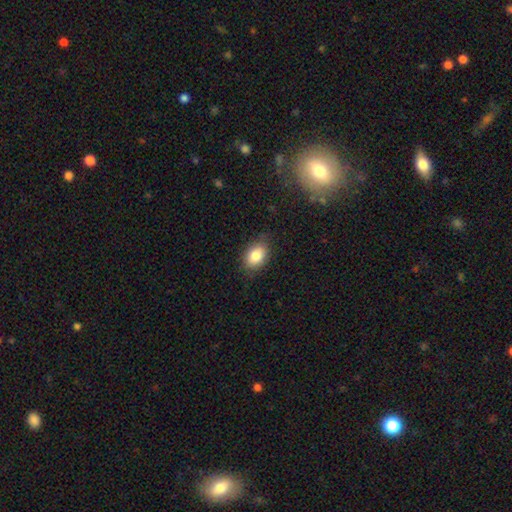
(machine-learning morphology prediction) smooth 84%, featured or disk 8%, star or artifact 8%. Down the decision tree: how rounded — in between (81%); merging — none (81%).